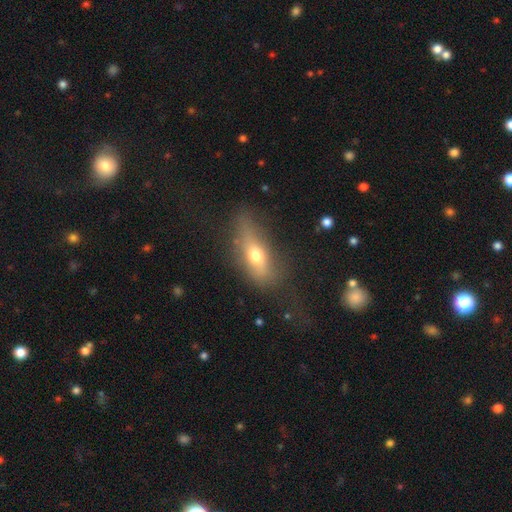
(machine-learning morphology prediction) Q: Smooth or featured?
A: smooth (57%); runner-up: featured or disk (33%)
Q: How rounded?
A: in between (65%); runner-up: cigar-shaped (26%)
Q: Merging?
A: none (54%); runner-up: minor disturbance (26%)